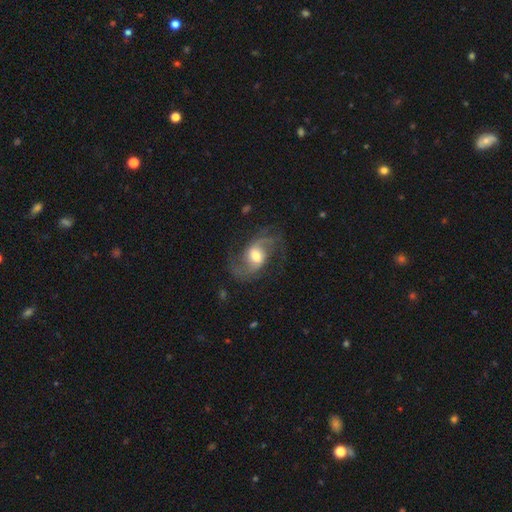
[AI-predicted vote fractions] smooth-or-featured: featured or disk: 84% | smooth: 10% | star or artifact: 6%
  disk-edge-on: no: 97% | yes: 3%
    bar: weak: 49% | no: 33% | strong: 18%
    has-spiral-arms: yes: 95% | no: 5%
      spiral-winding: loose: 52% | medium: 40% | tight: 8%
      spiral-arm-count: 2: 89% | can't tell: 3% | 3: 3% | 1: 2% | 4: 1% | more than 4: 1%
    bulge-size: moderate: 61% | large: 18% | small: 17% | dominant: 2% | none: 2%
  merging: none: 68% | minor disturbance: 16% | major disturbance: 14% | merger: 2%